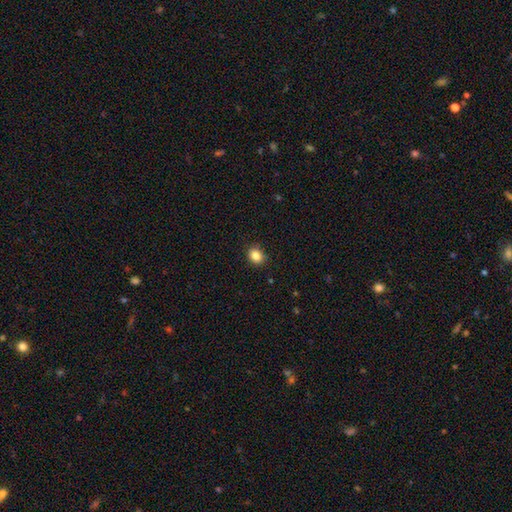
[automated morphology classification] A smooth galaxy with no disk features (85%) that is round (58%). Merging: none (88%).